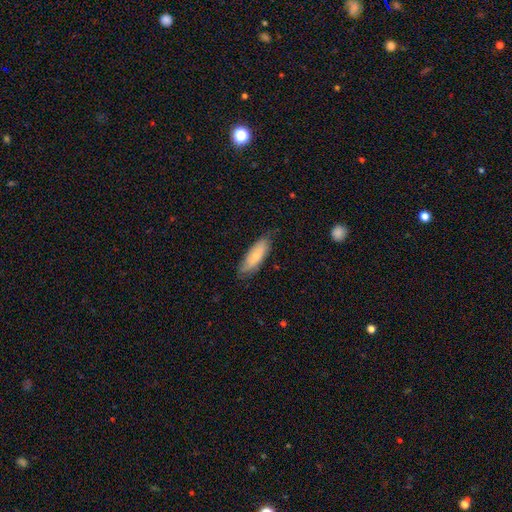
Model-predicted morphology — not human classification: Q: Smooth or featured?
A: smooth (71%); runner-up: featured or disk (23%)
Q: How rounded?
A: in between (58%); runner-up: cigar-shaped (40%)
Q: Merging?
A: none (73%); runner-up: minor disturbance (22%)